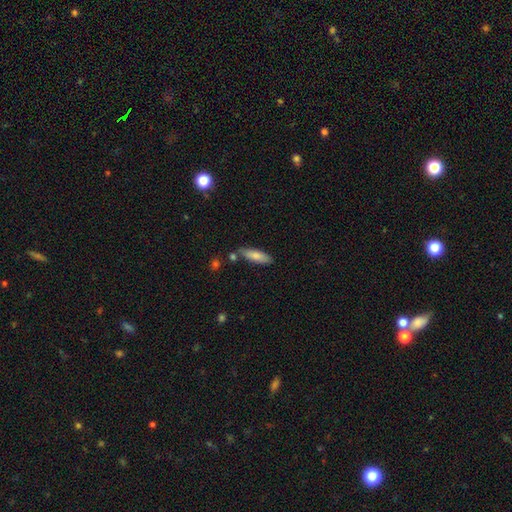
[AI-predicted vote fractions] The model was most divided on "how rounded": cigar-shaped: 50%, in between: 48%, round: 2%. More confident: smooth or featured — smooth (79%); merging — none (76%).